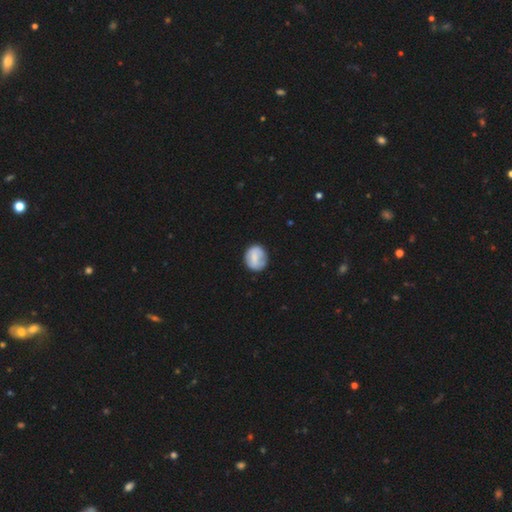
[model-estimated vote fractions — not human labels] Smooth or featured? Predicted: smooth (p=0.67). How rounded? Predicted: round (p=0.73). Merging? Predicted: none (p=0.76).